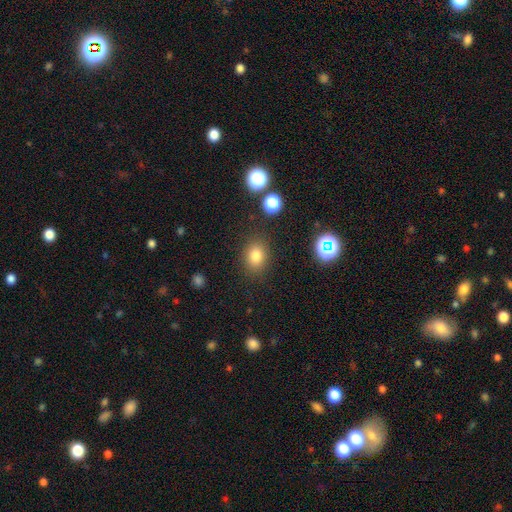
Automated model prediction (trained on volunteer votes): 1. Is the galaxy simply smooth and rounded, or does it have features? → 79% smooth, 14% star or artifact, 7% featured or disk.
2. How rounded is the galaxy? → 52% in between, 47% round, 1% cigar-shaped.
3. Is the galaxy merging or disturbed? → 84% none, 10% minor disturbance, 4% major disturbance, 2% merger.